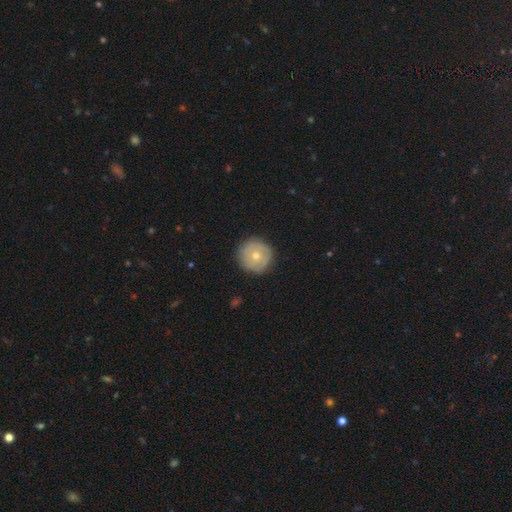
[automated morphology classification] The model was most divided on "smooth or featured": smooth: 58%, featured or disk: 35%, star or artifact: 7%. More confident: how rounded — round (96%); merging — none (88%).